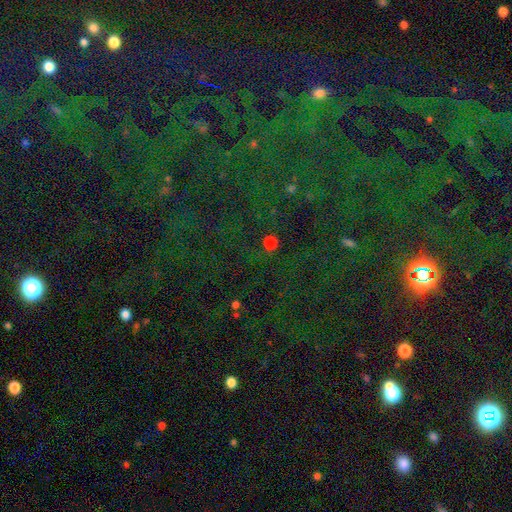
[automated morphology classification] Smooth or featured? star or artifact (79%)